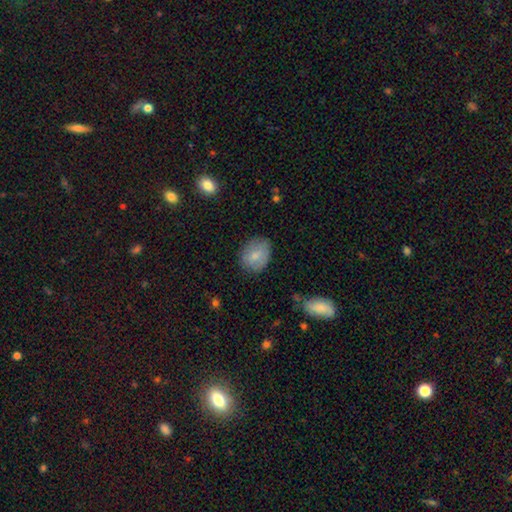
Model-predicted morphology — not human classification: This appears to be a smooth galaxy with no disk features (79%) that is round (52%). Merging: none (75%).